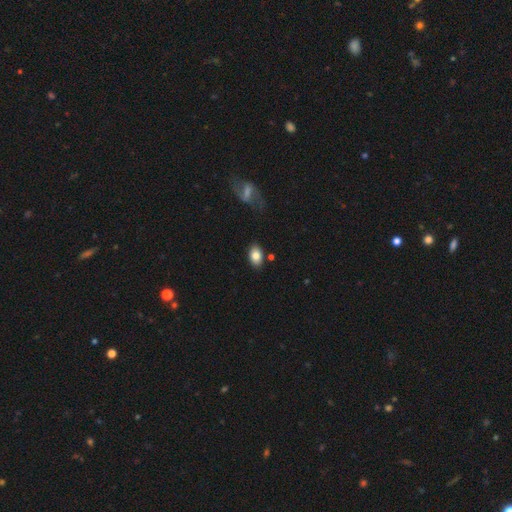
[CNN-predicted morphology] Smooth or featured? Predicted: smooth (p=0.81). How rounded? Predicted: in between (p=0.88). Merging? Predicted: none (p=0.81).